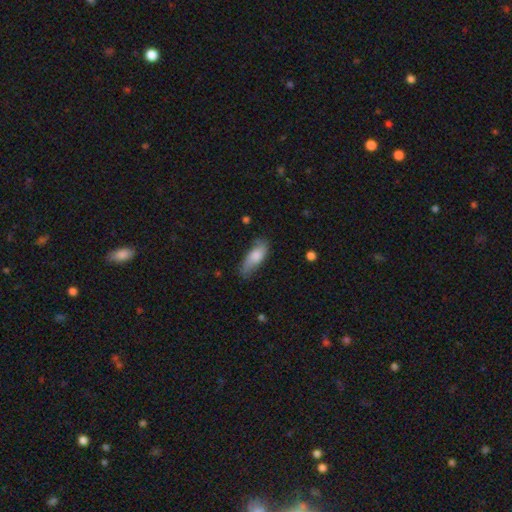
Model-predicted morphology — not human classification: smooth 72%, featured or disk 22%, star or artifact 6%. Down the decision tree: how rounded — in between (71%); merging — none (65%).